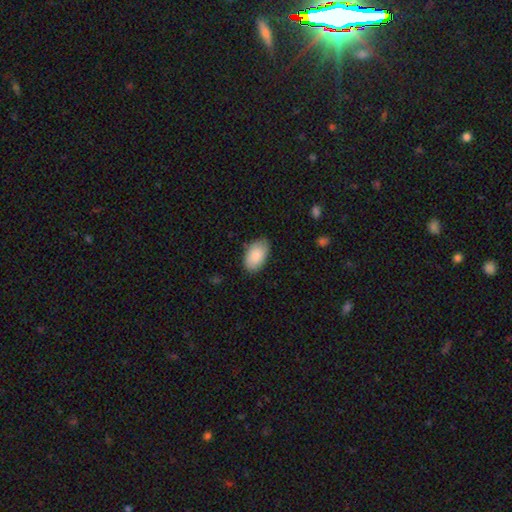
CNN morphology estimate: Smooth or featured?
  - smooth: 87% *
  - featured or disk: 7%
  - star or artifact: 6%
How rounded?
  - in between: 94% *
  - round: 5%
  - cigar-shaped: 1%
Merging?
  - none: 80% *
  - minor disturbance: 16%
  - major disturbance: 3%
  - merger: 1%